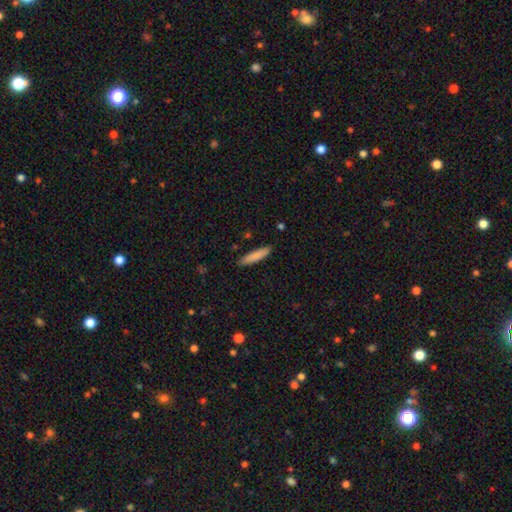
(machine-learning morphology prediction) Q: Smooth or featured?
A: smooth (83%); runner-up: featured or disk (11%)
Q: How rounded?
A: cigar-shaped (85%); runner-up: in between (13%)
Q: Merging?
A: none (88%); runner-up: minor disturbance (9%)